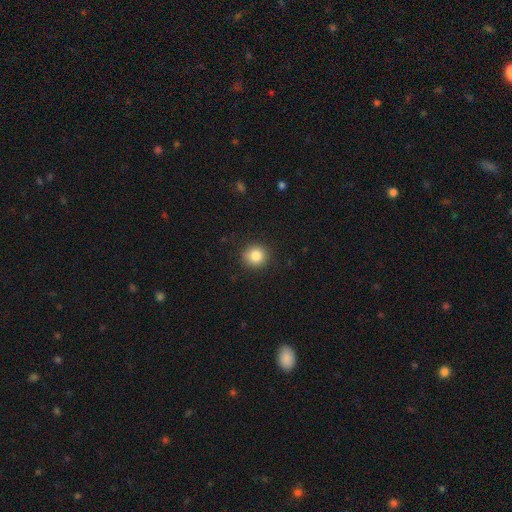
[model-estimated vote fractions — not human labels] This is clearly a smooth galaxy (84%). How rounded: clearly round (90%). Merging: clearly none (89%).